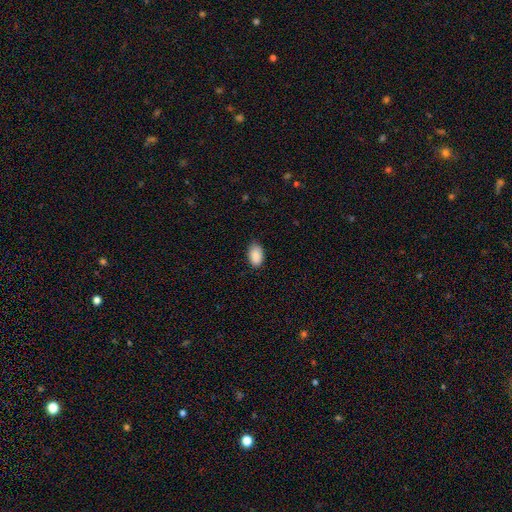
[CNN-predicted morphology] A smooth galaxy with no disk features (89%) that is in between round and cigar-shaped (92%).

Vote fractions:
- Smooth or featured? smooth: 89% / star or artifact: 7% / featured or disk: 4%
- How rounded? in between: 92% / round: 7% / cigar-shaped: 1%
- Merging? none: 81% / minor disturbance: 16% / major disturbance: 2% / merger: 1%